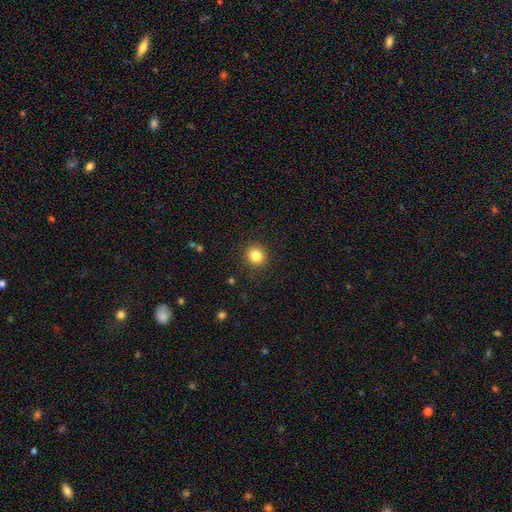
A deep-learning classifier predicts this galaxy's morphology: Smooth or featured? smooth (83%)
How rounded? round (86%)
Merging? none (91%)